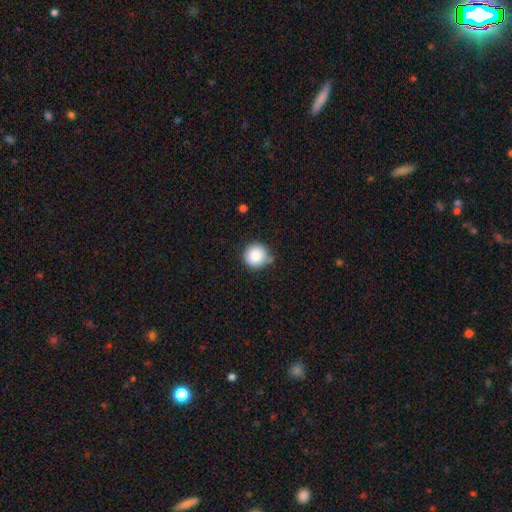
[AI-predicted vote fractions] This appears to be a smooth galaxy with no disk features (87%) that is round (93%). Merging: none (76%).